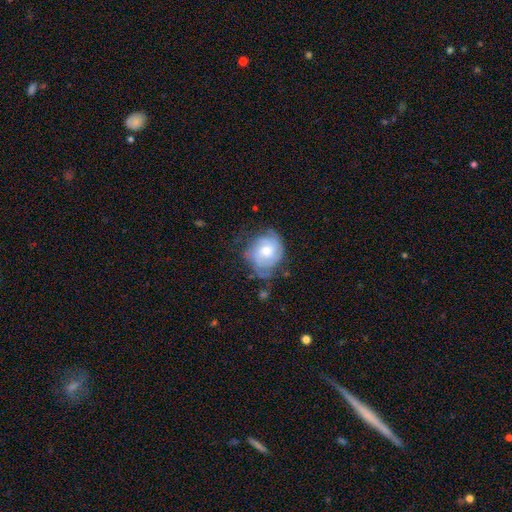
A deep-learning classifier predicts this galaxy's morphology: A featured or disk galaxy (65%) with no bar (75%), tight (59%) spiral arms (83%) and a moderate central bulge (69%).

Vote fractions:
- Smooth or featured? featured or disk: 65% / smooth: 26% / star or artifact: 9%
- Edge-on disk? no: 97% / yes: 3%
- Bar? no: 75% / weak: 21% / strong: 4%
- Spiral arms? yes: 83% / no: 17%
- Spiral winding? tight: 59% / medium: 30% / loose: 11%
- Spiral arm count? can't tell: 42% / 2: 24% / 3: 19% / 4: 6% / 1: 5% / more than 4: 4%
- Bulge size? moderate: 69% / small: 22% / large: 6% / none: 1% / dominant: 1%
- Merging? none: 58% / minor disturbance: 27% / major disturbance: 12% / merger: 3%